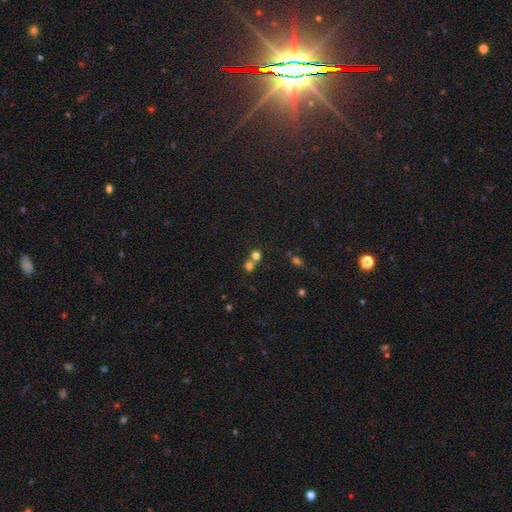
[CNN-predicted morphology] smooth 71%, star or artifact 20%, featured or disk 9%. Down the decision tree: how rounded — round (85%); merging — none (50%).